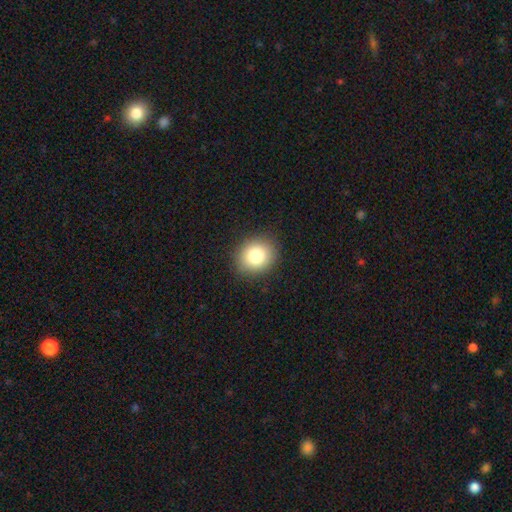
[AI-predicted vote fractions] smooth 84%, star or artifact 9%, featured or disk 7%. Down the decision tree: how rounded — round (72%); merging — none (89%).